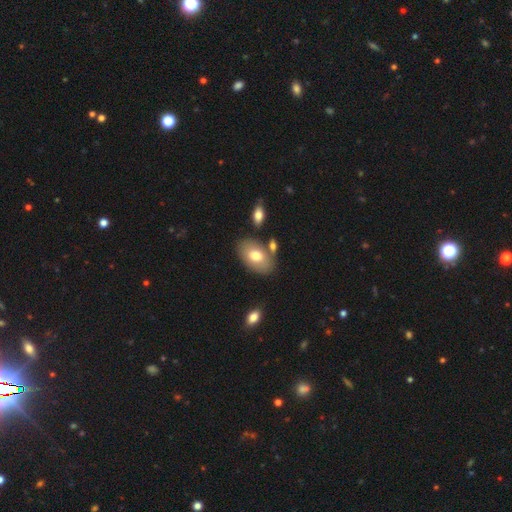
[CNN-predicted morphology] A smooth galaxy with no disk features (71%) that is in between round and cigar-shaped (92%).

Vote fractions:
- Smooth or featured? smooth: 71% / featured or disk: 22% / star or artifact: 7%
- How rounded? in between: 92% / round: 7% / cigar-shaped: 1%
- Merging? none: 73% / minor disturbance: 13% / merger: 10% / major disturbance: 4%